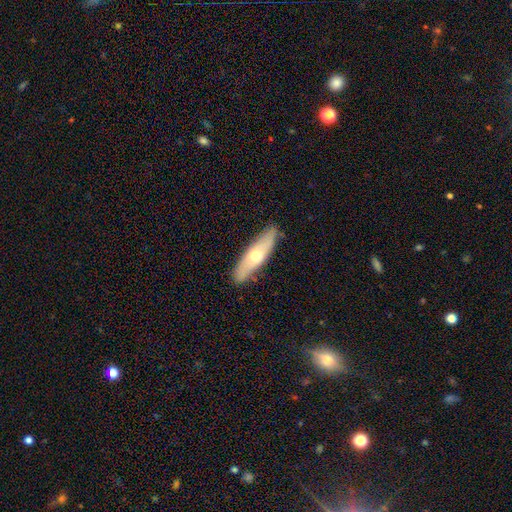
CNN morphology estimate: Q: Smooth or featured?
A: smooth (51%); runner-up: featured or disk (43%)
Q: How rounded?
A: cigar-shaped (66%); runner-up: in between (32%)
Q: Merging?
A: none (85%); runner-up: minor disturbance (12%)